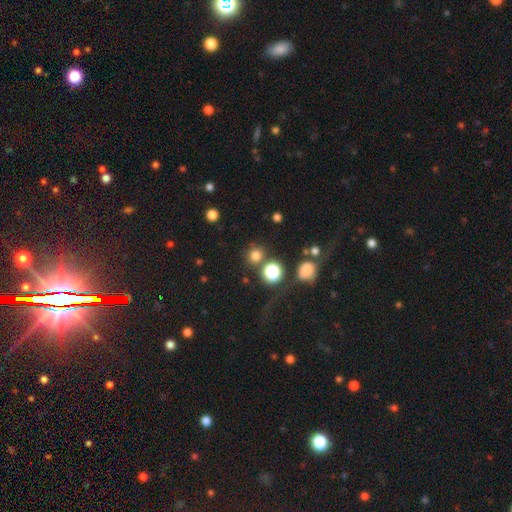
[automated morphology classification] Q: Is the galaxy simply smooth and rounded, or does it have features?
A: smooth — 74%.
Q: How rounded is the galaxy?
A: round — 90%.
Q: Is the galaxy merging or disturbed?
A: none — 78%.